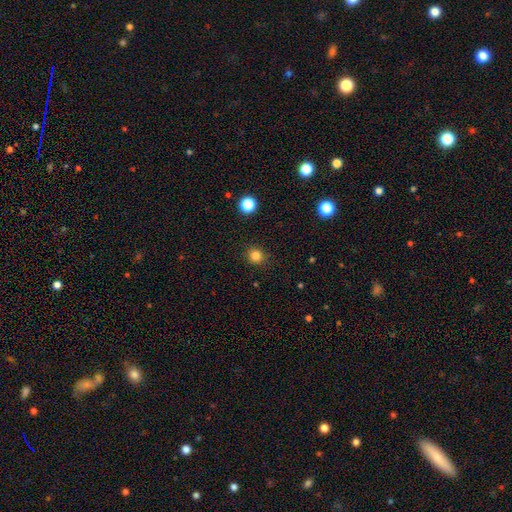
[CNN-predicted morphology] Overall: smooth (82%). How rounded: round (89%). Merging: none (90%).